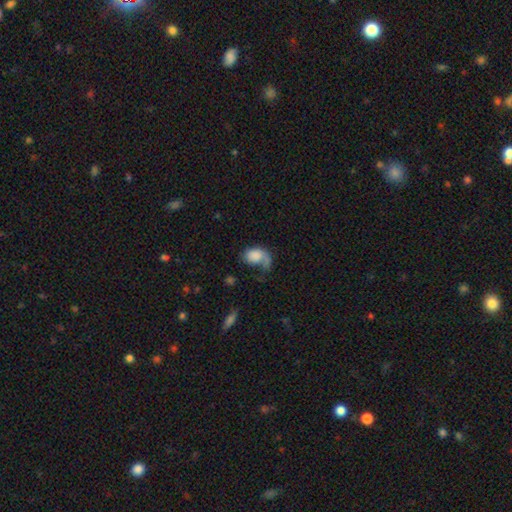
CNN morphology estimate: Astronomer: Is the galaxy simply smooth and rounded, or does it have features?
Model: smooth — 69%.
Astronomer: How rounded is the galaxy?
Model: in between — 75%.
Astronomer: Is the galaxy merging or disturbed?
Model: major disturbance — 41% (runner-up: none, 30%).